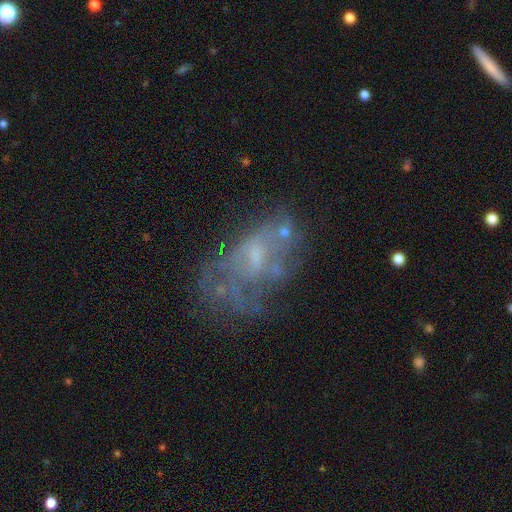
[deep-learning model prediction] featured or disk 62%, smooth 23%, star or artifact 15%. Down the decision tree: edge-on disk — no (96%); bar — no (68%); spiral arms — no (68%); bulge size — small (43%); merging — none (43%).